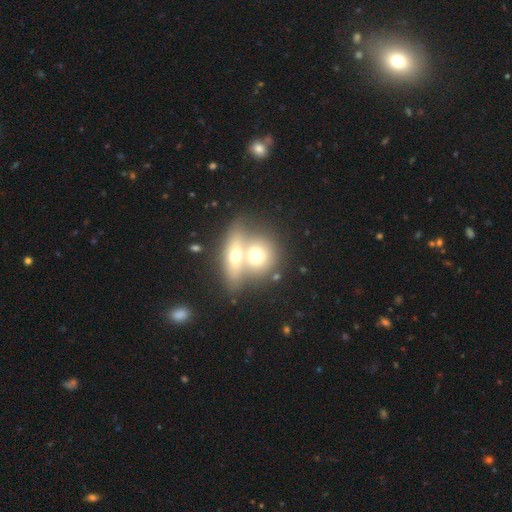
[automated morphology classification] Smooth or featured? Predicted: smooth (p=0.58). How rounded? Predicted: round (p=0.52). Merging? Predicted: merger (p=0.70).